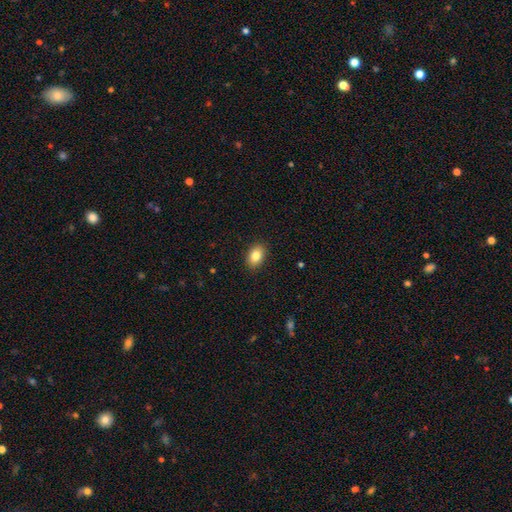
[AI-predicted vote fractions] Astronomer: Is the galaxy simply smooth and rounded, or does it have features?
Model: smooth — 84%.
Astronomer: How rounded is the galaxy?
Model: in between — 84%.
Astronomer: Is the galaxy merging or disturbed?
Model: none — 90%.